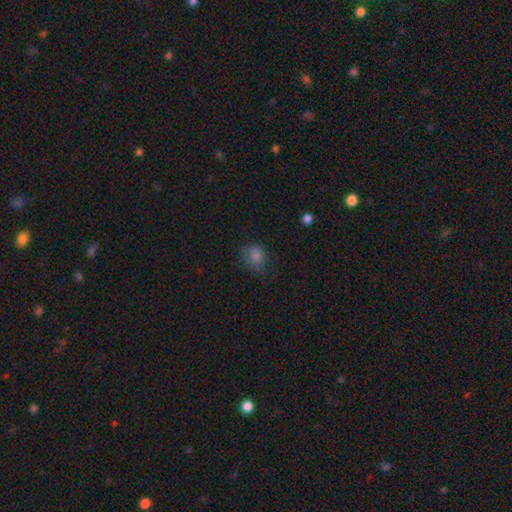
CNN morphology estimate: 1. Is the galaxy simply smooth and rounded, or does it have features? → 77% smooth, 15% star or artifact, 8% featured or disk.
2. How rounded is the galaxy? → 61% round, 38% in between, 1% cigar-shaped.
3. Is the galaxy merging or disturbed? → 66% none, 24% minor disturbance, 9% major disturbance, 1% merger.